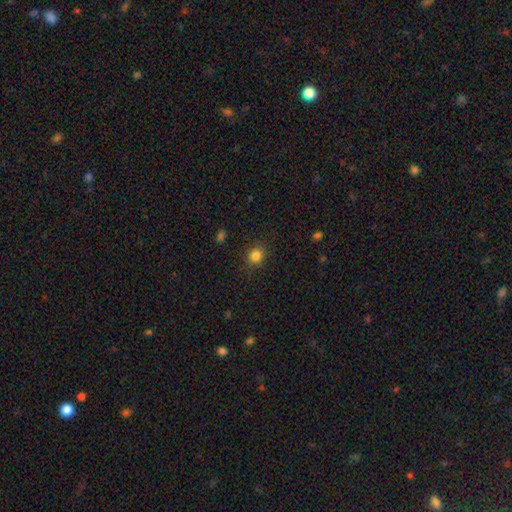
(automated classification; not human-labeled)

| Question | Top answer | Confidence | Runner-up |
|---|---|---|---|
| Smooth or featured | smooth | 84% | star or artifact (12%) |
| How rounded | round | 82% | in between (17%) |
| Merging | none | 87% | minor disturbance (9%) |